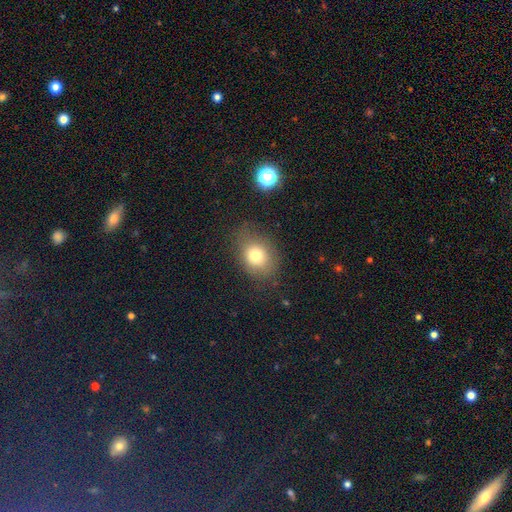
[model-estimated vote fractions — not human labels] A smooth galaxy with no disk features (75%) that is in between round and cigar-shaped (53%).

Vote fractions:
- Smooth or featured? smooth: 75% / star or artifact: 13% / featured or disk: 12%
- How rounded? in between: 53% / round: 46% / cigar-shaped: 1%
- Merging? none: 68% / minor disturbance: 21% / major disturbance: 9% / merger: 2%